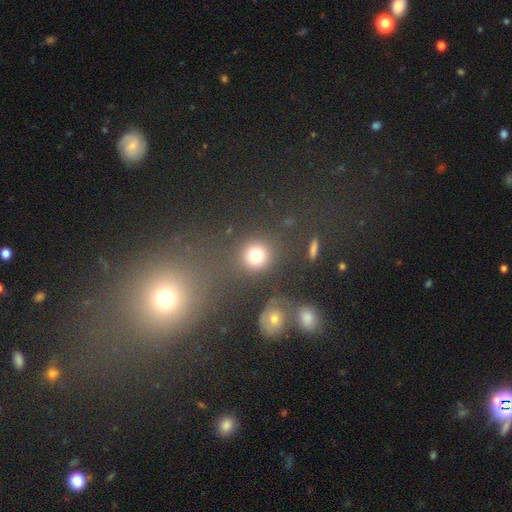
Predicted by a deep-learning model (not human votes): This appears to be a smooth galaxy with no disk features (77%) that is round (87%). Merging: none (80%).